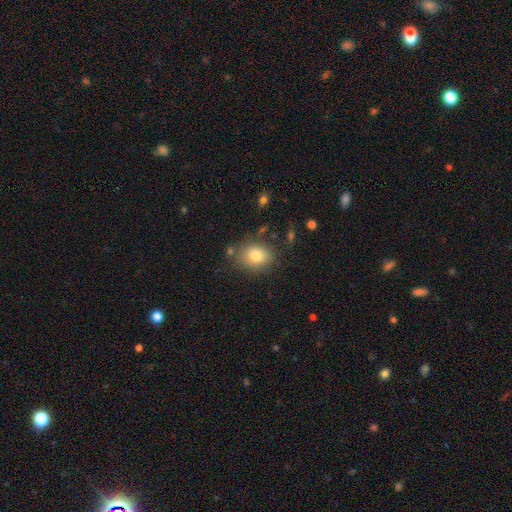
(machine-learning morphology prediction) Smooth or featured? smooth (79%)
How rounded? in between (55%)
Merging? none (76%)